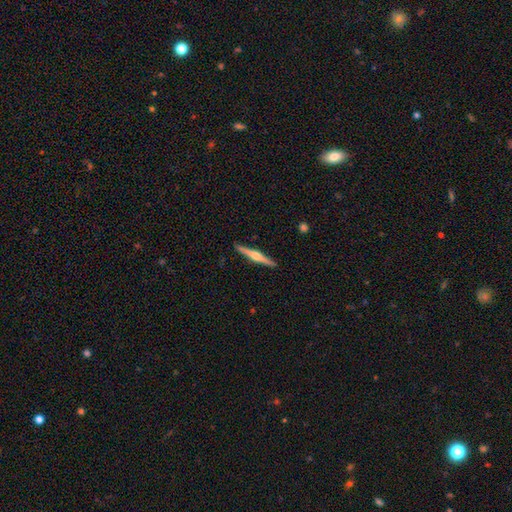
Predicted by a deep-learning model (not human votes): smooth-or-featured: featured or disk: 76% | smooth: 19% | star or artifact: 5%
  disk-edge-on: yes: 98% | no: 2%
    edge-on-bulge: rounded: 92% | boxy: 5% | none: 3%
  merging: none: 92% | minor disturbance: 6% | major disturbance: 1% | merger: 1%